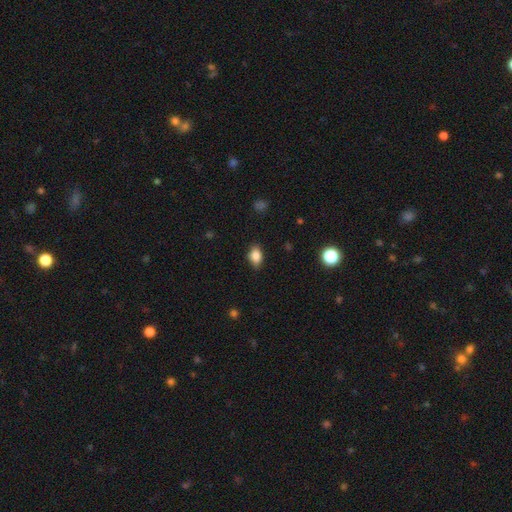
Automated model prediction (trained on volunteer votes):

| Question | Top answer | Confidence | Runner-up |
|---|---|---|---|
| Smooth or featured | smooth | 84% | star or artifact (9%) |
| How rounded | in between | 80% | round (18%) |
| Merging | none | 83% | minor disturbance (14%) |